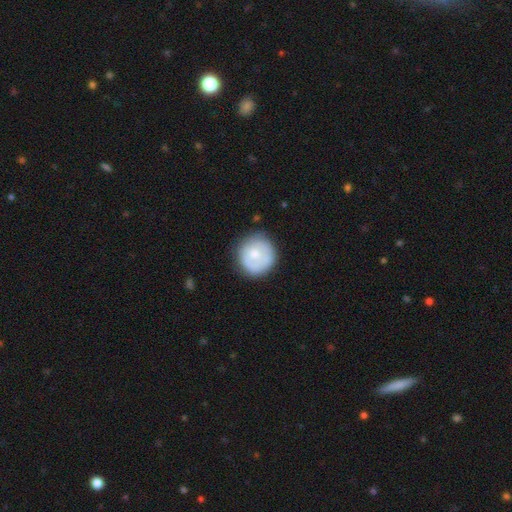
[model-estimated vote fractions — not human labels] Q: Smooth or featured?
A: smooth (63%); runner-up: featured or disk (31%)
Q: How rounded?
A: round (93%); runner-up: in between (6%)
Q: Merging?
A: none (74%); runner-up: minor disturbance (18%)